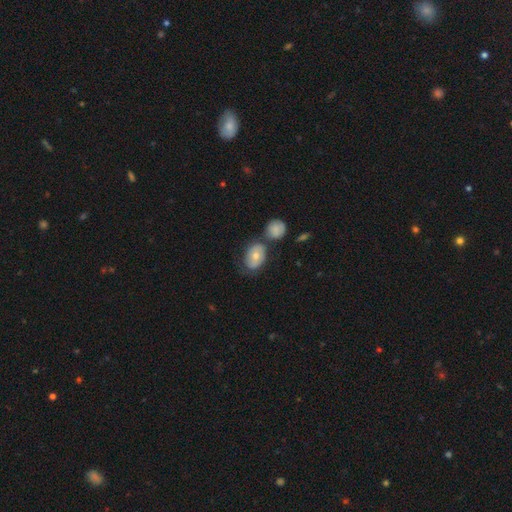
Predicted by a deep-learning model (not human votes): The model was most divided on "smooth or featured": smooth: 54%, featured or disk: 36%, star or artifact: 9%. More confident: how rounded — in between (72%); merging — none (52%).